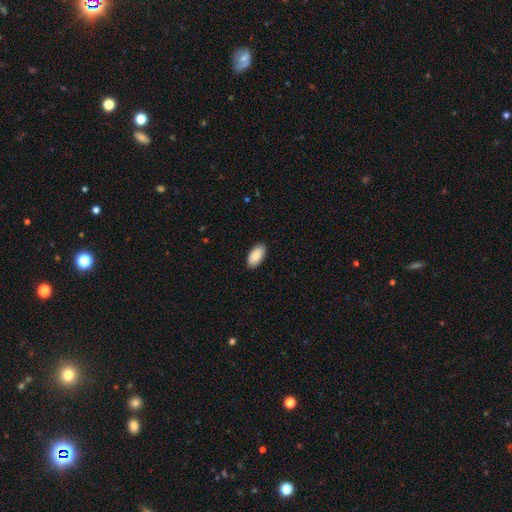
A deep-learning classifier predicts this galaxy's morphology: This is clearly a smooth galaxy (88%). How rounded: clearly in between (95%). Merging: clearly none (89%).